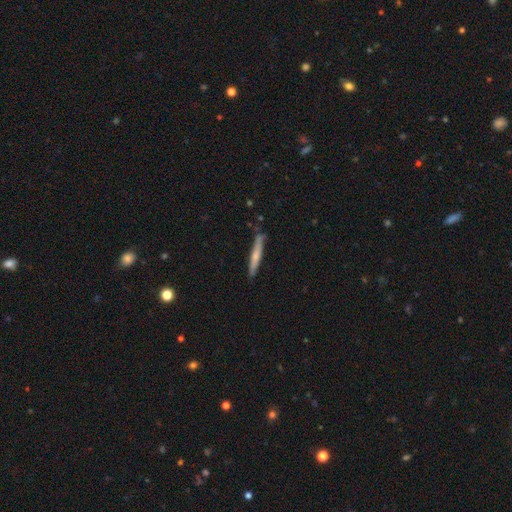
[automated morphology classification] The model was most divided on "smooth or featured": smooth: 58%, featured or disk: 37%, star or artifact: 5%. More confident: how rounded — cigar-shaped (95%); merging — none (82%).